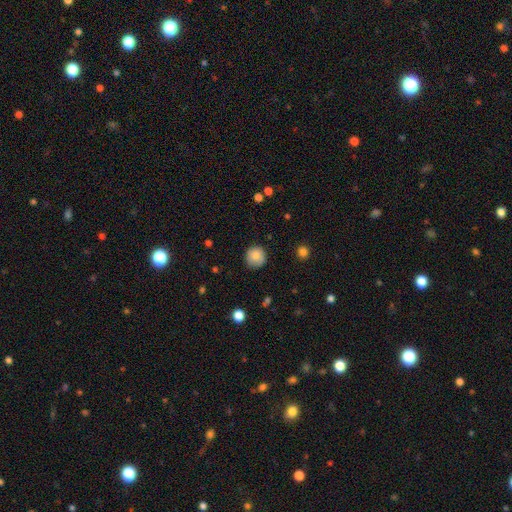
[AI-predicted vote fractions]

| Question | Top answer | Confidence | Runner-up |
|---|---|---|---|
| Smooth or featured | smooth | 83% | star or artifact (9%) |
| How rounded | round | 94% | in between (5%) |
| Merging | none | 86% | minor disturbance (10%) |